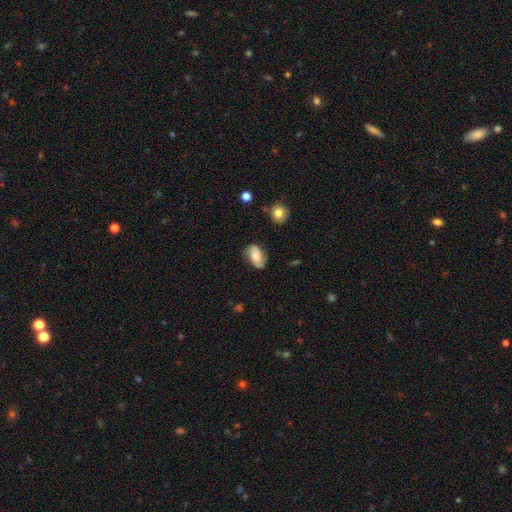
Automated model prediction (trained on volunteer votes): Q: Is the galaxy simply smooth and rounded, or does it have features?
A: smooth — 46%.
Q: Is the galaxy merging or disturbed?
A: none — 69%.